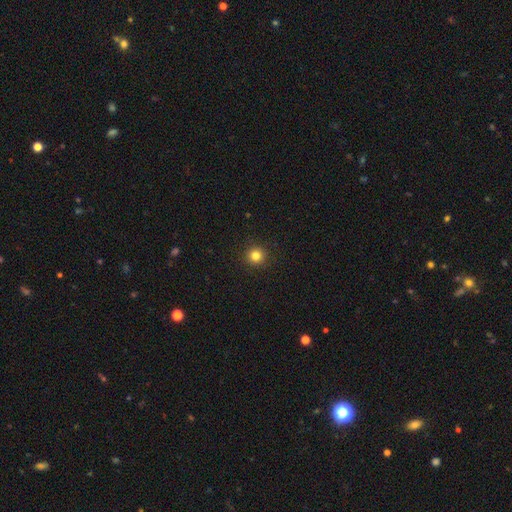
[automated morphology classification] smooth-or-featured: smooth: 82% | star or artifact: 13% | featured or disk: 5%
  how-rounded: round: 95% | in between: 4% | cigar-shaped: 1%
  merging: none: 93% | minor disturbance: 5% | major disturbance: 2% | merger: 1%